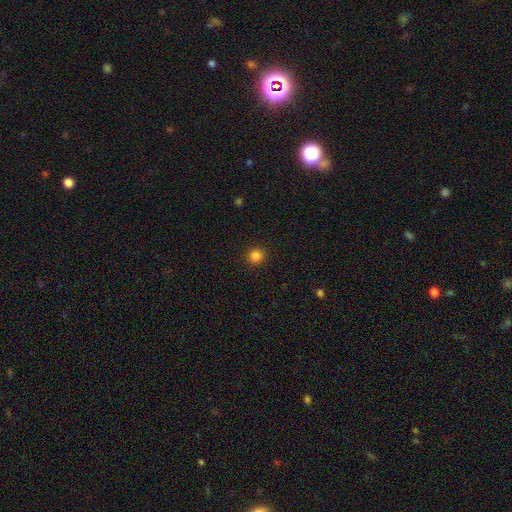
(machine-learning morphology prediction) smooth_or_featured: smooth (p=0.84) [alt: star or artifact p=0.12]
how_rounded: round (p=0.93) [alt: in between p=0.06]
merging: none (p=0.92) [alt: minor disturbance p=0.05]